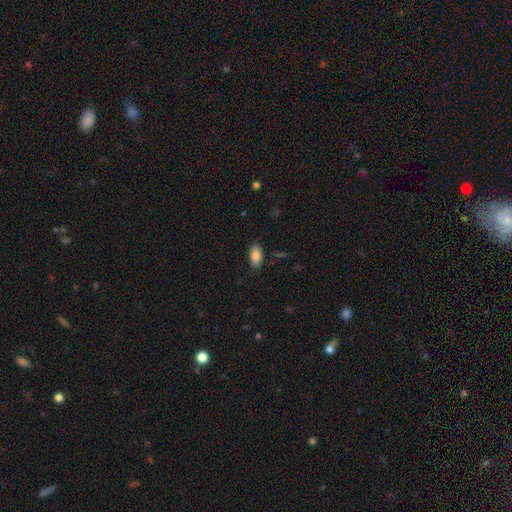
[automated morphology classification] The model was most divided on "merging": none: 86%, minor disturbance: 10%, major disturbance: 2%, merger: 1%. More confident: how rounded — in between (93%); smooth or featured — smooth (85%).